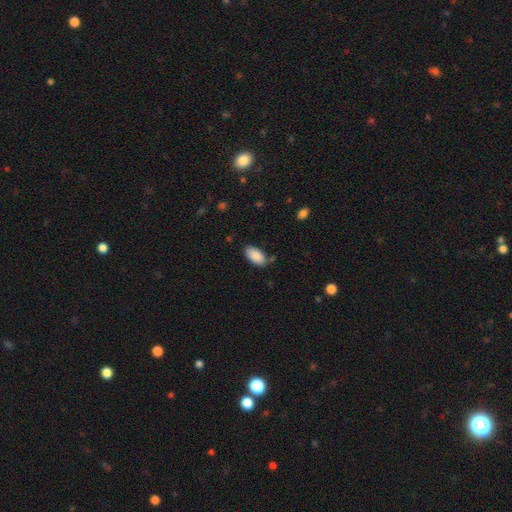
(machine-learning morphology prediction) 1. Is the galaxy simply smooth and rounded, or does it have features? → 89% smooth, 6% star or artifact, 4% featured or disk.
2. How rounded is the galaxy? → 95% in between, 3% cigar-shaped, 2% round.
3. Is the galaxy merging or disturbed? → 79% none, 15% minor disturbance, 3% major disturbance, 3% merger.